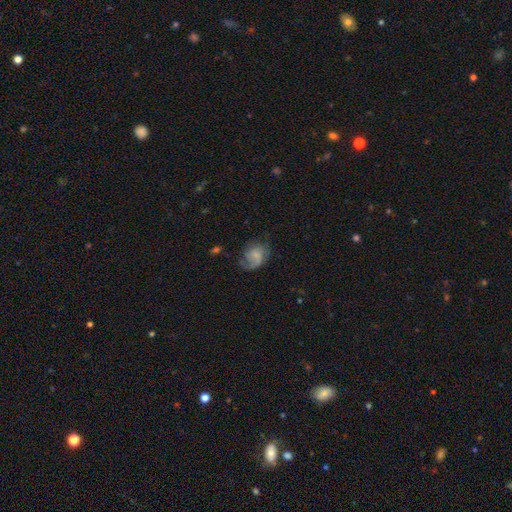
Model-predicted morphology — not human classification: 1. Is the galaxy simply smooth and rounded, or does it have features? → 46% smooth (tied), 46% featured or disk (tied), 9% star or artifact.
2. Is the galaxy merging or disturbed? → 48% none, 26% minor disturbance, 24% major disturbance, 2% merger.